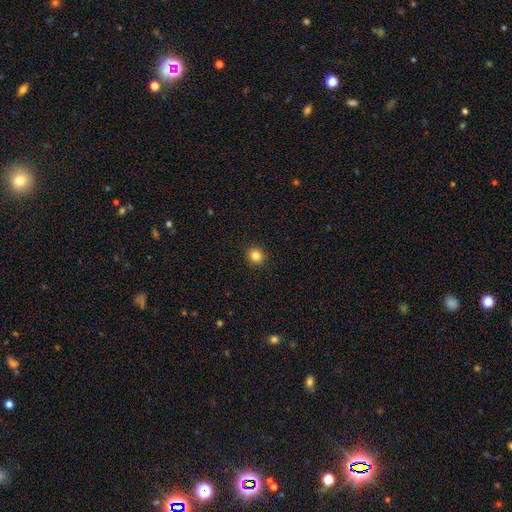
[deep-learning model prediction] Q: Smooth or featured?
A: smooth (83%); runner-up: star or artifact (11%)
Q: How rounded?
A: round (89%); runner-up: in between (10%)
Q: Merging?
A: none (93%); runner-up: minor disturbance (5%)